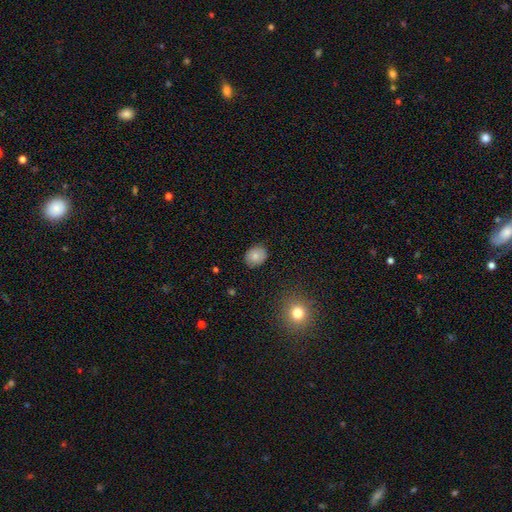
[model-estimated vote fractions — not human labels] This is likely a smooth galaxy (80%). How rounded: possibly round (53%). Merging: clearly none (86%).